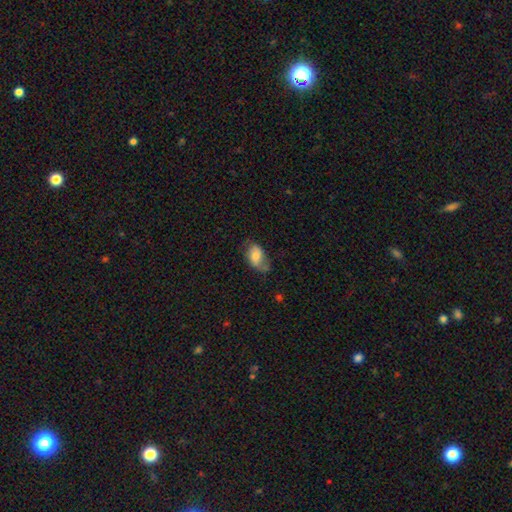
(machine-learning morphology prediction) Q: Smooth or featured?
A: smooth (63%); runner-up: featured or disk (30%)
Q: How rounded?
A: in between (90%); runner-up: round (9%)
Q: Merging?
A: none (46%); runner-up: minor disturbance (34%)